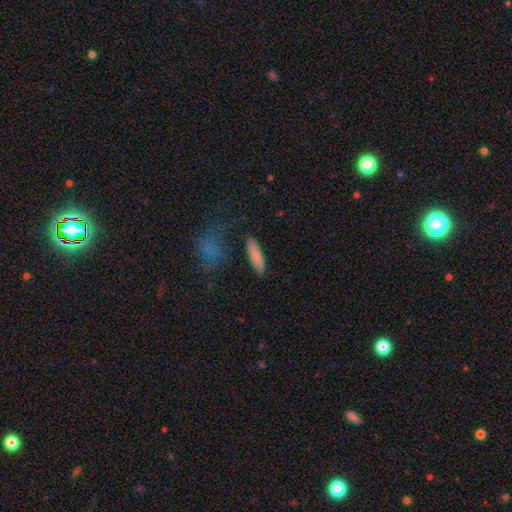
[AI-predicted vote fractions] Q: Smooth or featured?
A: smooth (85%); runner-up: featured or disk (8%)
Q: How rounded?
A: cigar-shaped (60%); runner-up: in between (38%)
Q: Merging?
A: none (86%); runner-up: minor disturbance (10%)